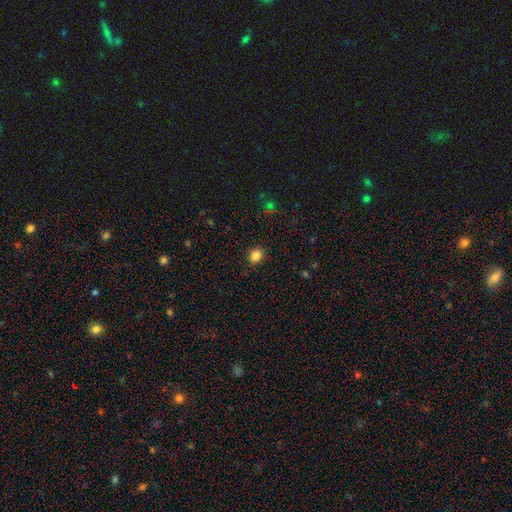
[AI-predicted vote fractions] Smooth or featured? Predicted: smooth (p=0.85). How rounded? Predicted: round (p=0.57). Merging? Predicted: none (p=0.89).